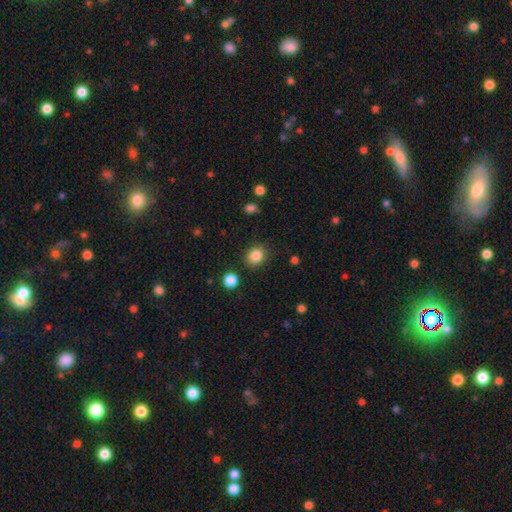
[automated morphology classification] This is clearly a smooth galaxy (85%). How rounded: likely round (70%). Merging: clearly none (85%).